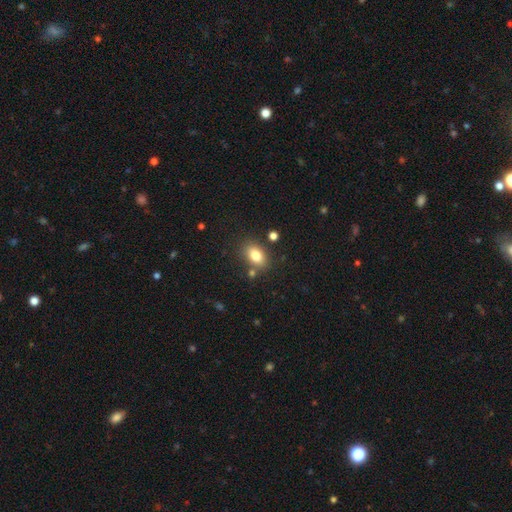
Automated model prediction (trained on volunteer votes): Smooth or featured?
  - smooth: 81% *
  - star or artifact: 9%
  - featured or disk: 9%
How rounded?
  - in between: 80% *
  - round: 18%
  - cigar-shaped: 2%
Merging?
  - none: 77% *
  - minor disturbance: 12%
  - merger: 7%
  - major disturbance: 3%